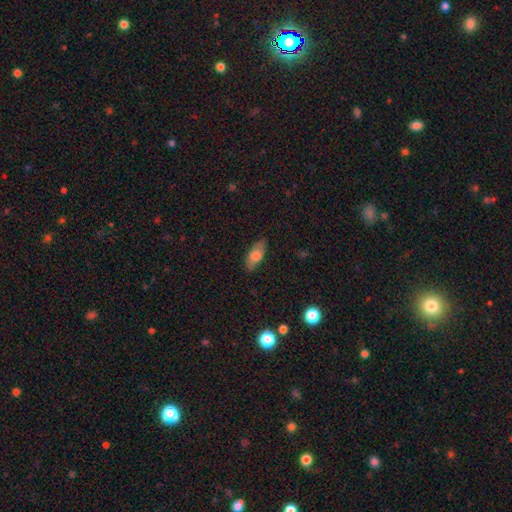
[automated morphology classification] This appears to be a smooth galaxy with no disk features (70%) that is in between round and cigar-shaped (81%). Merging: none (81%).